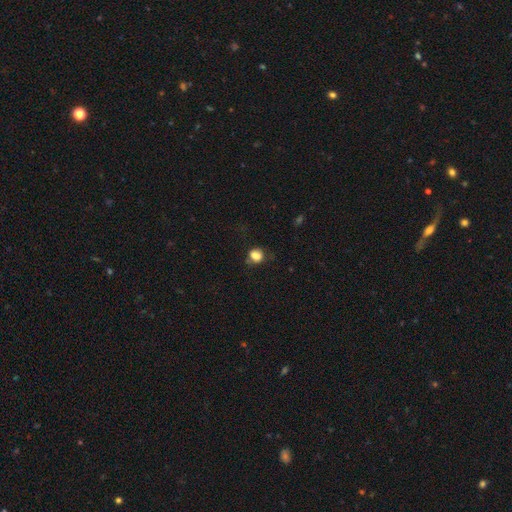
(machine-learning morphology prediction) This is clearly a smooth galaxy (80%). How rounded: likely round (60%). Merging: possibly none (59%).